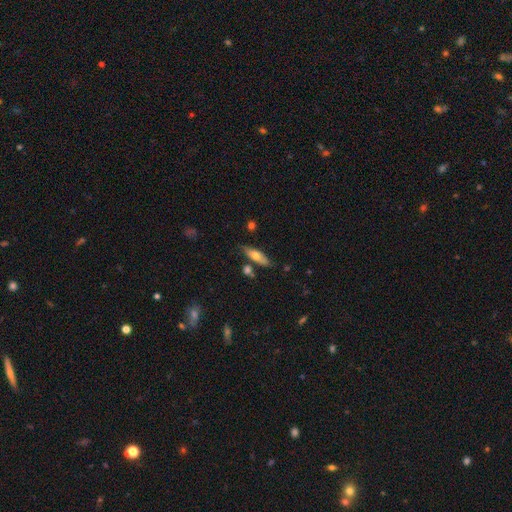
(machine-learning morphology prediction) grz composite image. It shows a smooth galaxy with no disk features (61%) that is cigar-shaped (55%). Merging: none (75%).